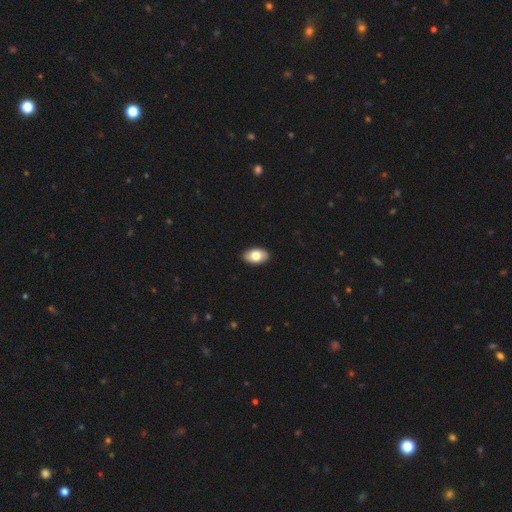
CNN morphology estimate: Smooth or featured?
  - smooth: 81% *
  - featured or disk: 12%
  - star or artifact: 6%
How rounded?
  - in between: 92% *
  - round: 6%
  - cigar-shaped: 1%
Merging?
  - none: 90% *
  - minor disturbance: 7%
  - major disturbance: 2%
  - merger: 1%